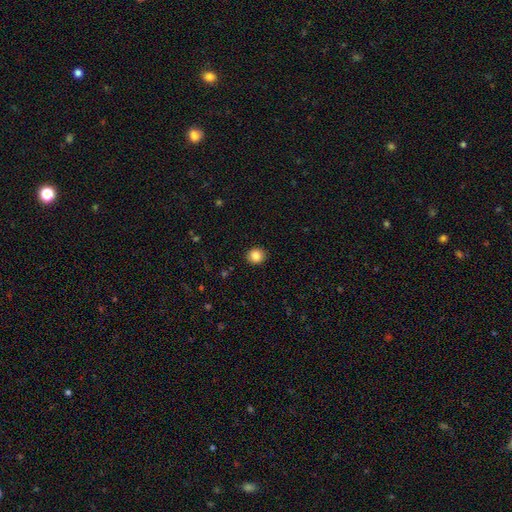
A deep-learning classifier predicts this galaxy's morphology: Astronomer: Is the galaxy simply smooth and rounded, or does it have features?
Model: smooth — 85%.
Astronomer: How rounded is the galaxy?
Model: round — 84%.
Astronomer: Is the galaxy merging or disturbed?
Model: none — 91%.